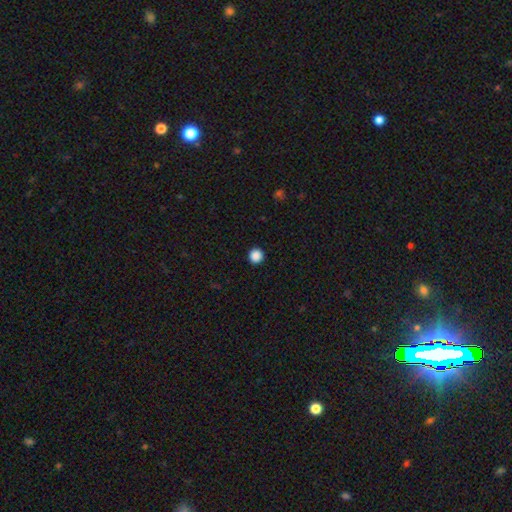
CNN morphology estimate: This appears to be a smooth galaxy with no disk features (88%) that is round (96%). Merging: none (94%).